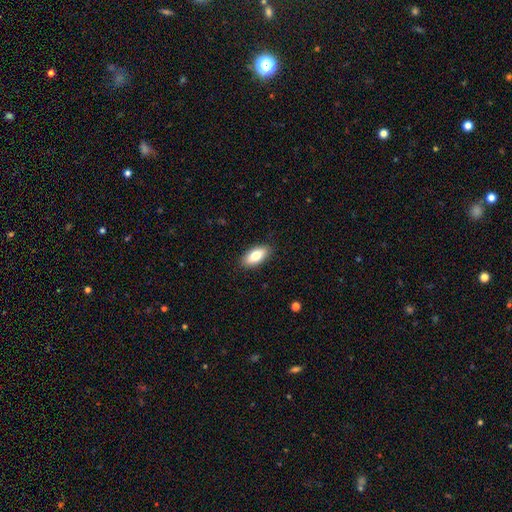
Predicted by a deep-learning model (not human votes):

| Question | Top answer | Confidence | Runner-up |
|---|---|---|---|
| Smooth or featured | smooth | 80% | featured or disk (14%) |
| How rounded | in between | 87% | cigar-shaped (10%) |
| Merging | none | 89% | minor disturbance (8%) |